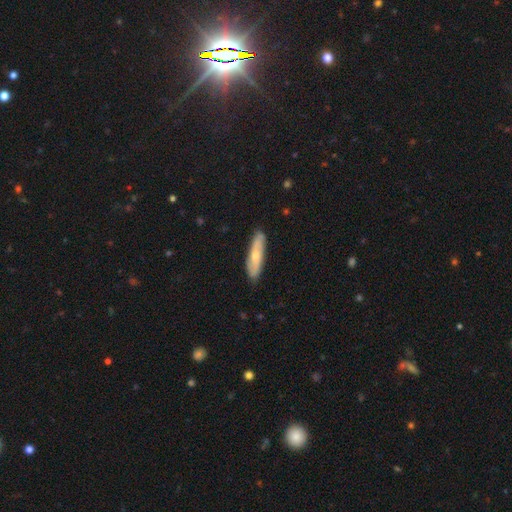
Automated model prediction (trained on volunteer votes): Overall: smooth (56%; featured or disk 39%). How rounded: cigar-shaped (69%). Merging: none (86%).